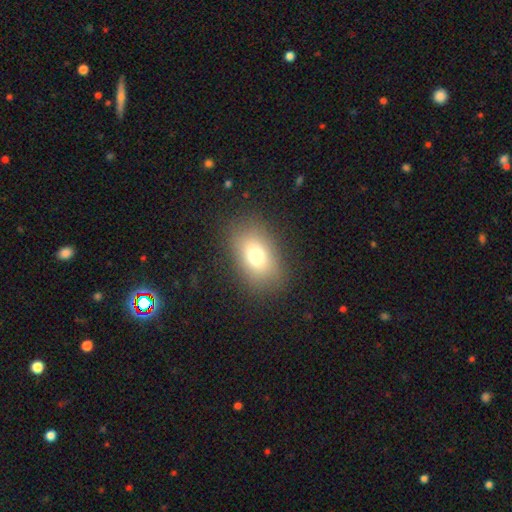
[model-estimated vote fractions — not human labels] Smooth or featured?
  - smooth: 75% *
  - featured or disk: 14%
  - star or artifact: 12%
How rounded?
  - in between: 82% *
  - round: 16%
  - cigar-shaped: 2%
Merging?
  - none: 84% *
  - minor disturbance: 10%
  - major disturbance: 5%
  - merger: 1%